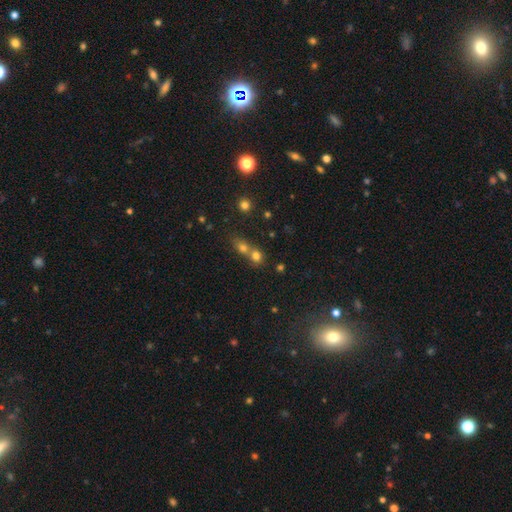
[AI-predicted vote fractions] Morphology: type=smooth (73%); roundness=round (69%); merging=merger (60%).